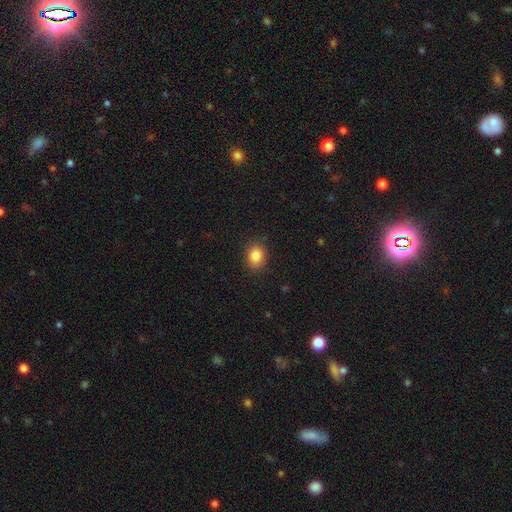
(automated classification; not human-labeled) Smooth or featured?
  - smooth: 85% *
  - star or artifact: 10%
  - featured or disk: 5%
How rounded?
  - round: 53% *
  - in between: 46%
  - cigar-shaped: 1%
Merging?
  - none: 88% *
  - minor disturbance: 9%
  - major disturbance: 2%
  - merger: 1%